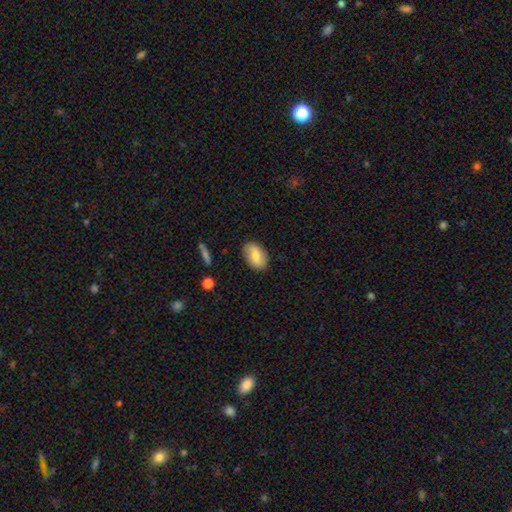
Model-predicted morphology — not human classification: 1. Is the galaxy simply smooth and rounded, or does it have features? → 73% smooth, 20% featured or disk, 7% star or artifact.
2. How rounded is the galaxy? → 90% in between, 8% round, 2% cigar-shaped.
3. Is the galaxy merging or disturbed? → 85% none, 12% minor disturbance, 3% major disturbance, 1% merger.